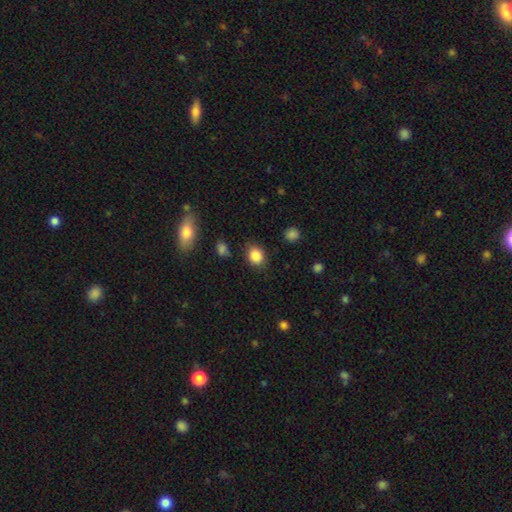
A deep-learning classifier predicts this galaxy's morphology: Smooth or featured? Predicted: smooth (p=0.86). How rounded? Predicted: round (p=0.59). Merging? Predicted: none (p=0.81).